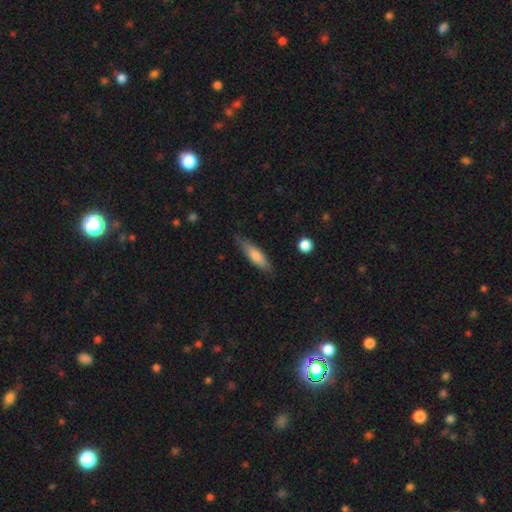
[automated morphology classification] smooth 71%, featured or disk 23%, star or artifact 6%. Down the decision tree: how rounded — cigar-shaped (65%); merging — none (80%).